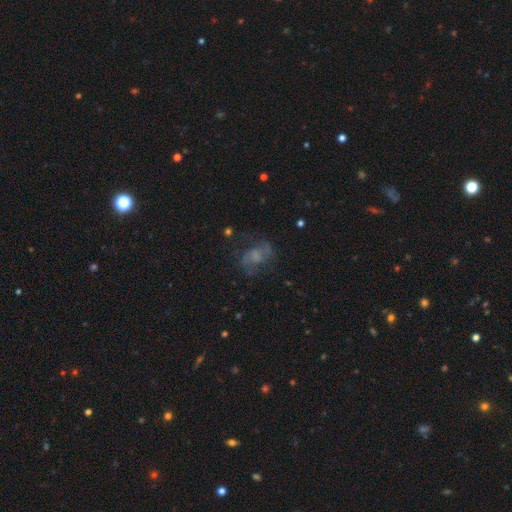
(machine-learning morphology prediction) This appears to be a featured or disk galaxy (50%). Merging: none (57%).